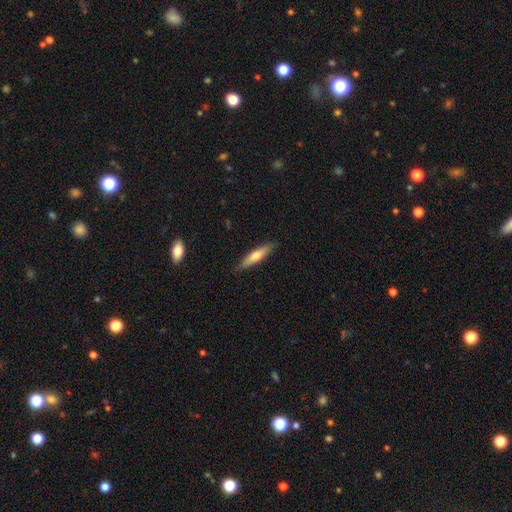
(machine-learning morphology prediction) Smooth or featured: smooth — 58% (featured or disk — 37%)
How rounded: cigar-shaped — 82% (in between — 17%)
Merging: none — 87% (minor disturbance — 10%)